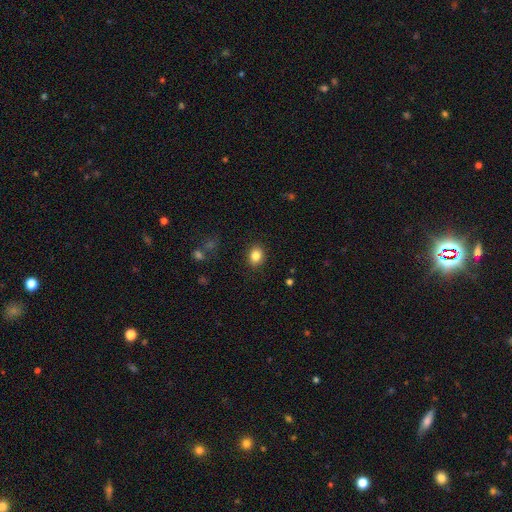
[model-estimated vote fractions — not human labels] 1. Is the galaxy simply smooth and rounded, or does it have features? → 85% smooth, 10% star or artifact, 6% featured or disk.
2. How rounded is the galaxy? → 51% in between, 48% round, 1% cigar-shaped.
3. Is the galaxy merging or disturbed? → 89% none, 8% minor disturbance, 2% major disturbance, 1% merger.